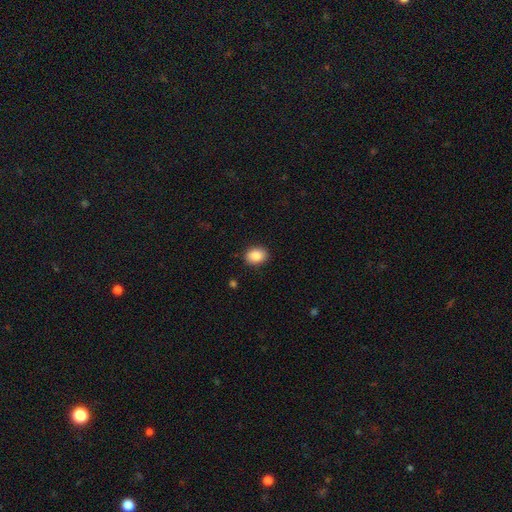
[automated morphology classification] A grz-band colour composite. It shows a smooth galaxy with no disk features (87%) that is in between round and cigar-shaped (58%). Merging: none (90%).